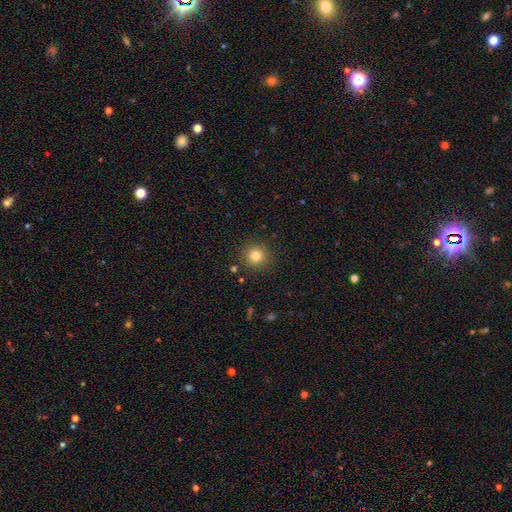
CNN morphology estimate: type=smooth (80%); roundness=round (93%); merging=none (89%).